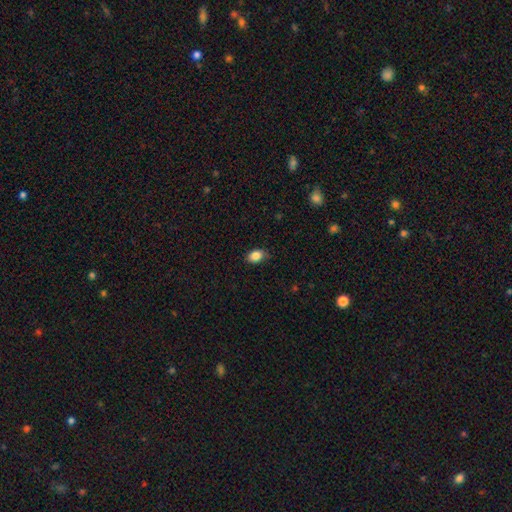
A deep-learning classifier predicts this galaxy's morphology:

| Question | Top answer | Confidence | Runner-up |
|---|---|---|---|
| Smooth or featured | smooth | 86% | star or artifact (9%) |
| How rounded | in between | 80% | round (19%) |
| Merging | none | 83% | minor disturbance (14%) |